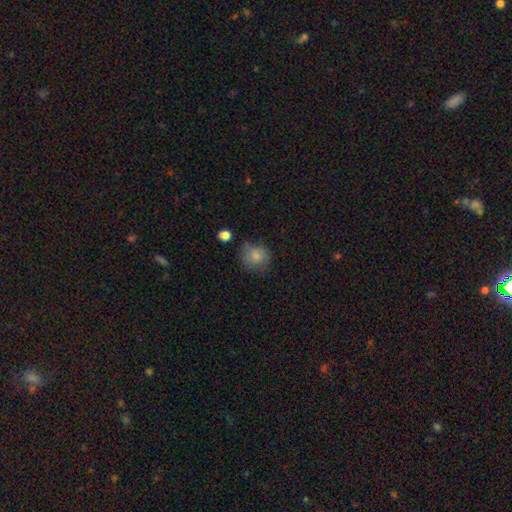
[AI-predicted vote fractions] A smooth galaxy with no disk features (75%) that is round (82%).

Vote fractions:
- Smooth or featured? smooth: 75% / featured or disk: 17% / star or artifact: 9%
- How rounded? round: 82% / in between: 17% / cigar-shaped: 1%
- Merging? none: 68% / minor disturbance: 22% / major disturbance: 7% / merger: 3%